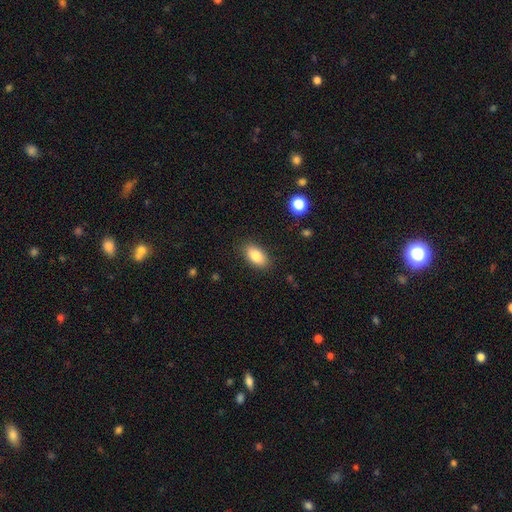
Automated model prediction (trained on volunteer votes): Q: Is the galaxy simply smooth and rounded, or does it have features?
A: smooth — 85%.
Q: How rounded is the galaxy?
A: in between — 91%.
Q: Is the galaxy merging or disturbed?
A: none — 87%.